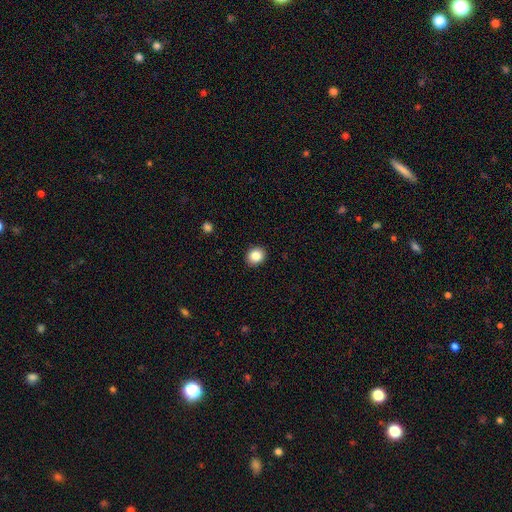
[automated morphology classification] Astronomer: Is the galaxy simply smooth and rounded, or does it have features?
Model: smooth — 85%.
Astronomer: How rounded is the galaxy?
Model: round — 74%.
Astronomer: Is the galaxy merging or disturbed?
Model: none — 92%.